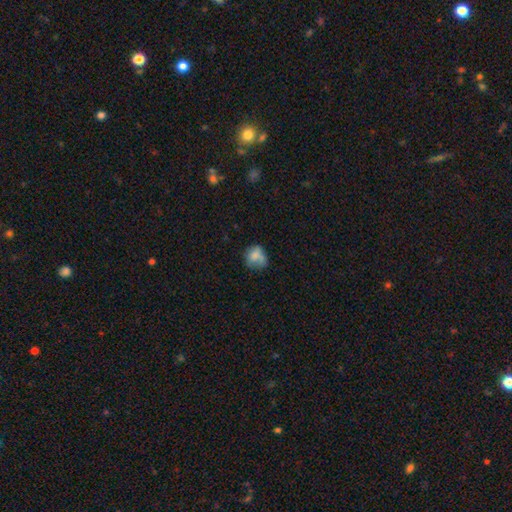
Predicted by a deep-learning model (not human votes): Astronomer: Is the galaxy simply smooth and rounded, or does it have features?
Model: smooth — 70%.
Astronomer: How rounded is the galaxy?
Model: round — 60% (runner-up: in between, 39%).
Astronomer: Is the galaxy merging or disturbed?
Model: none — 42% (runner-up: minor disturbance, 30%).